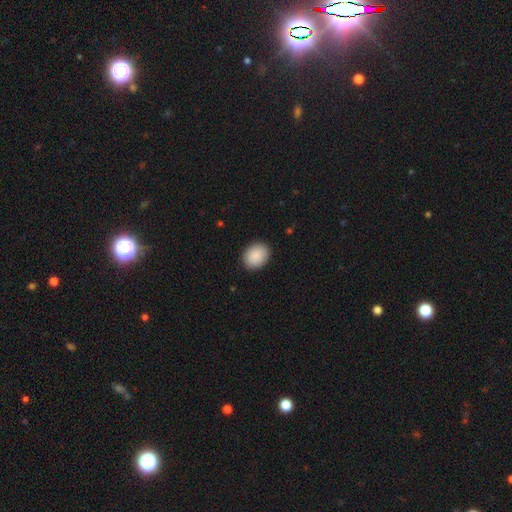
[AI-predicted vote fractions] Smooth or featured?
  - smooth: 90% *
  - star or artifact: 6%
  - featured or disk: 3%
How rounded?
  - in between: 56% *
  - round: 43%
  - cigar-shaped: 1%
Merging?
  - none: 89% *
  - minor disturbance: 8%
  - major disturbance: 2%
  - merger: 1%